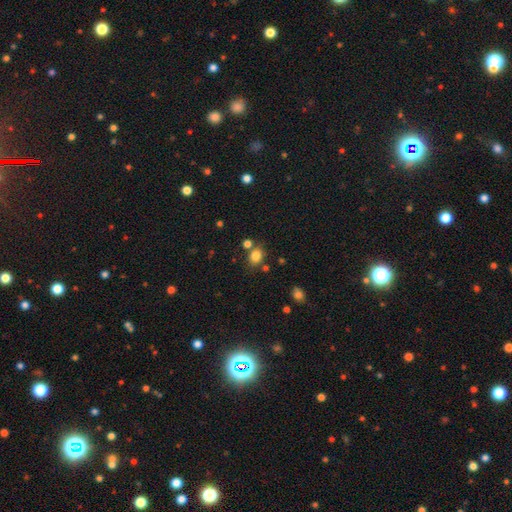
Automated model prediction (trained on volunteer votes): Smooth or featured? smooth (82%)
How rounded? round (52%)
Merging? none (70%)